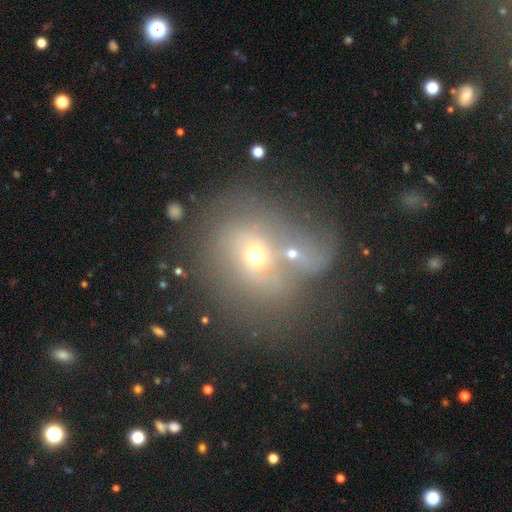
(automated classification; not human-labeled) Smooth or featured: smooth — 52% (featured or disk — 31%)
How rounded: round — 71% (in between — 28%)
Merging: merger — 44% (none — 29%)